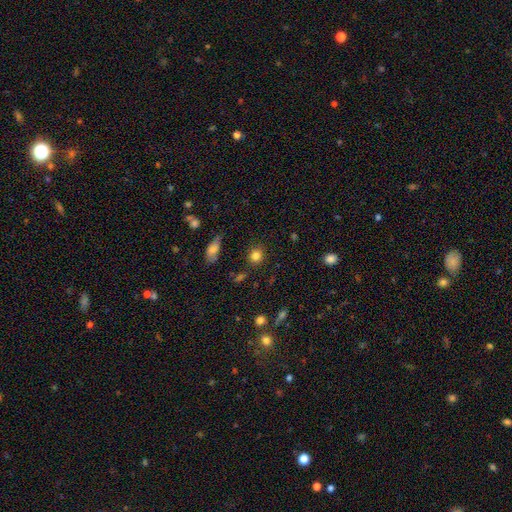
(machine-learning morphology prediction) Smooth or featured?
  - smooth: 83% *
  - star or artifact: 11%
  - featured or disk: 6%
How rounded?
  - round: 82% *
  - in between: 17%
  - cigar-shaped: 1%
Merging?
  - none: 86% *
  - minor disturbance: 9%
  - major disturbance: 3%
  - merger: 2%